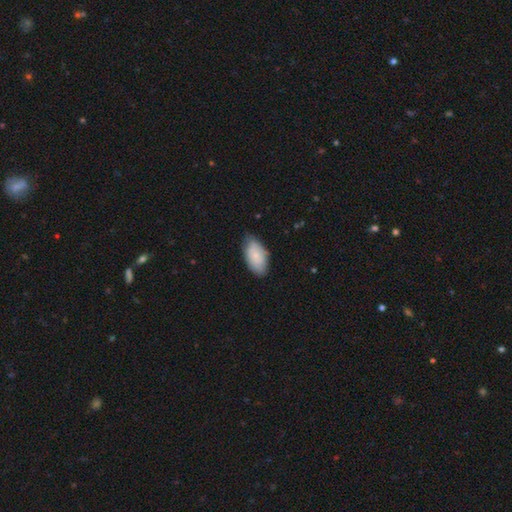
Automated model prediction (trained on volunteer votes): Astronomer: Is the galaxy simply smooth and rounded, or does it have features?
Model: smooth — 73%.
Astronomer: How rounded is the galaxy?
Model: in between — 94%.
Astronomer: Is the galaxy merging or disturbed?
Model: none — 71%.